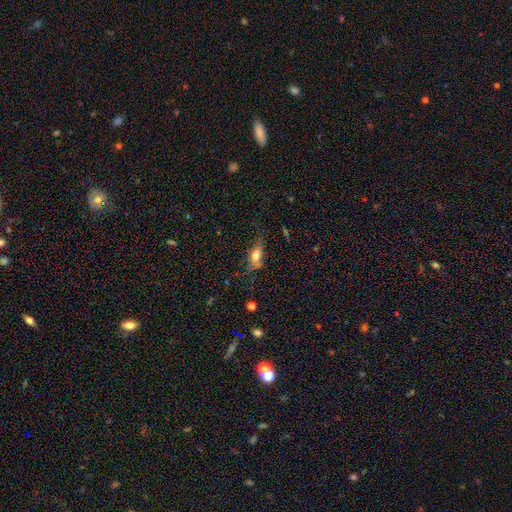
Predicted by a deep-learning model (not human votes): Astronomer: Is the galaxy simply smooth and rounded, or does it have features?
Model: smooth — 66%.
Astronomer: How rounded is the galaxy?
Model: in between — 72%.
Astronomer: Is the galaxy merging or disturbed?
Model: none — 51% (runner-up: minor disturbance, 28%).